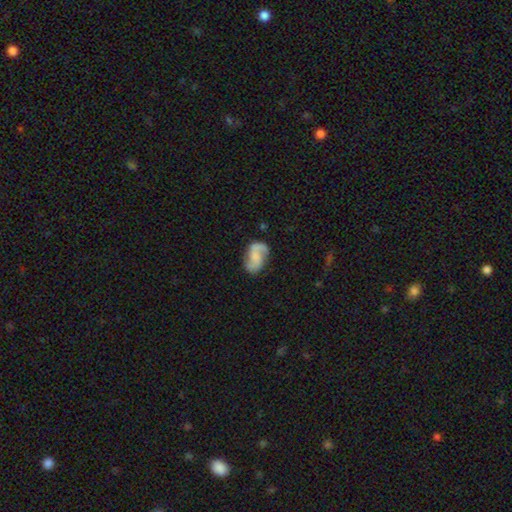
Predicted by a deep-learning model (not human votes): featured or disk 74%, smooth 20%, star or artifact 6%. Down the decision tree: edge-on disk — no (98%); bar — no (47%); spiral arms — yes (94%); spiral arm count — 2 (90%); spiral winding — loose (47%); bulge size — none (52%); merging — none (72%).